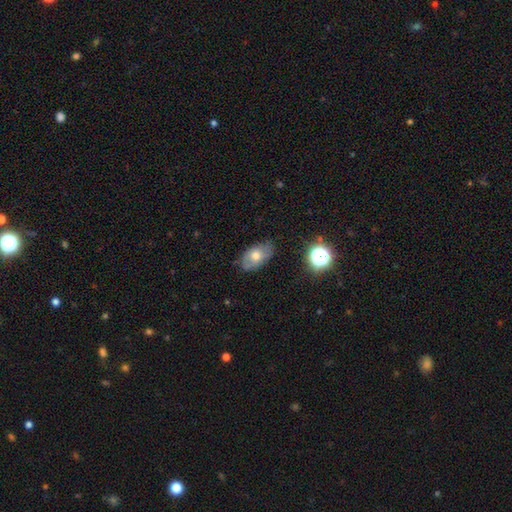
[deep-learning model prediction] Overall: smooth (59%; featured or disk 31%). How rounded: in between (88%). Merging: none (71%).